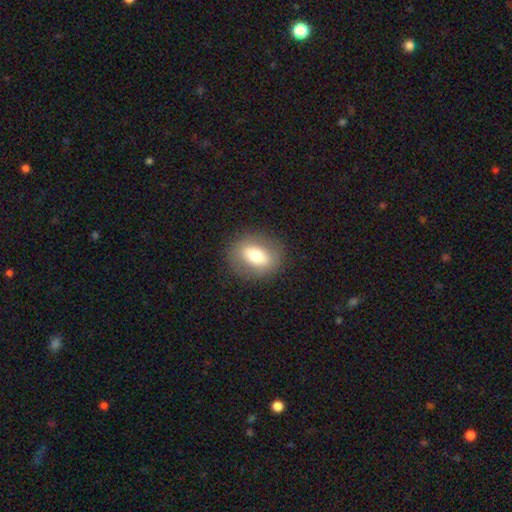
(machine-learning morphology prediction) Smooth or featured? Predicted: smooth (p=0.62). How rounded? Predicted: in between (p=0.59). Merging? Predicted: none (p=0.85).